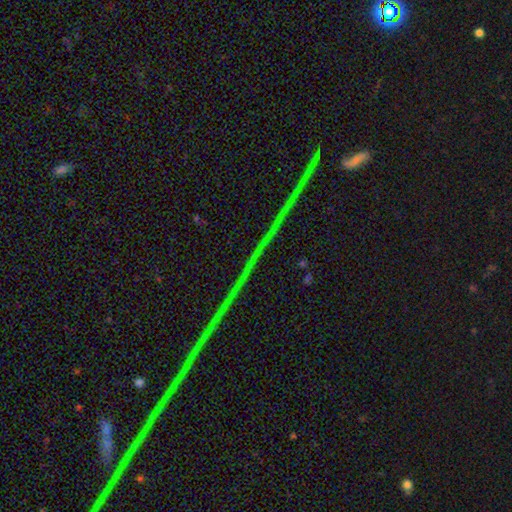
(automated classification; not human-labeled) Morphology: type=star or artifact (87%).